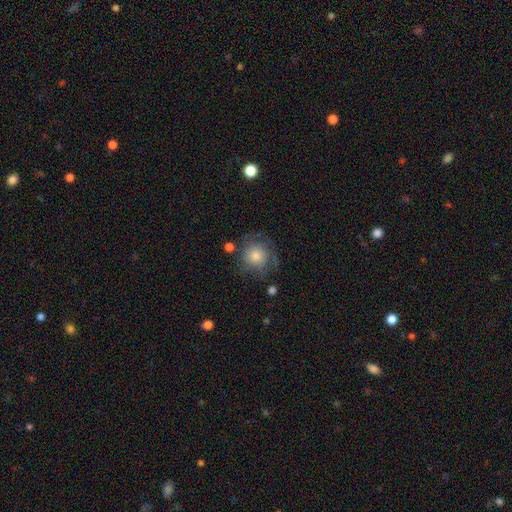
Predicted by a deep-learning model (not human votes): Smooth or featured?
  - smooth: 57% *
  - featured or disk: 32%
  - star or artifact: 11%
How rounded?
  - round: 92% *
  - in between: 7%
  - cigar-shaped: 1%
Merging?
  - none: 68% *
  - minor disturbance: 18%
  - major disturbance: 11%
  - merger: 3%